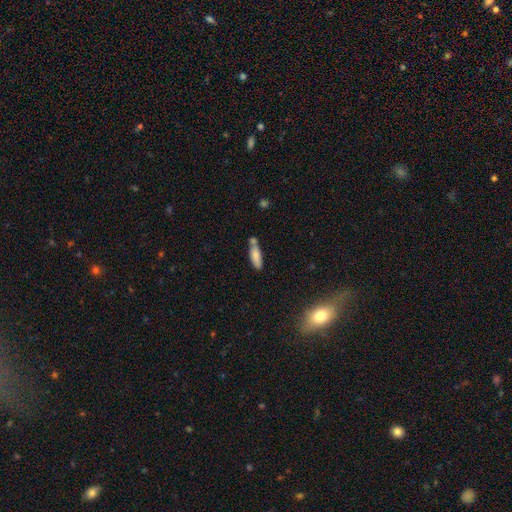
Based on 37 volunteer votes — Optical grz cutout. It shows a smooth galaxy with no disk features (89%) that is cigar-shaped (67%). Merging: none (42%, tied with merger).